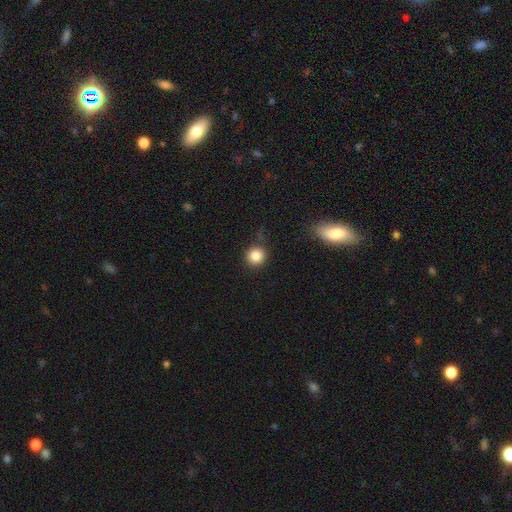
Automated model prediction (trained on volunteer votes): Overall: smooth (85%). How rounded: round (92%). Merging: none (85%).